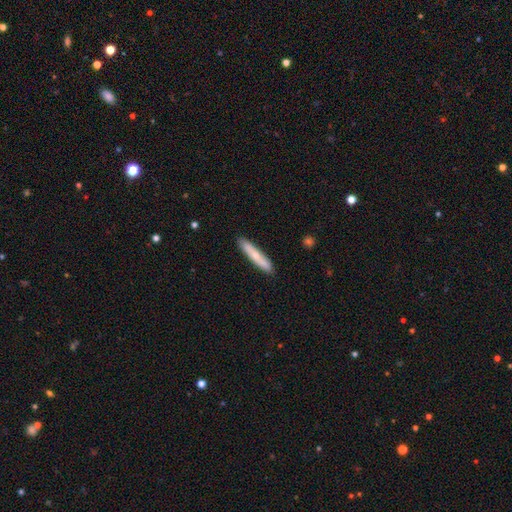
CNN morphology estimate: type=smooth (63%); roundness=cigar-shaped (91%); merging=none (89%).